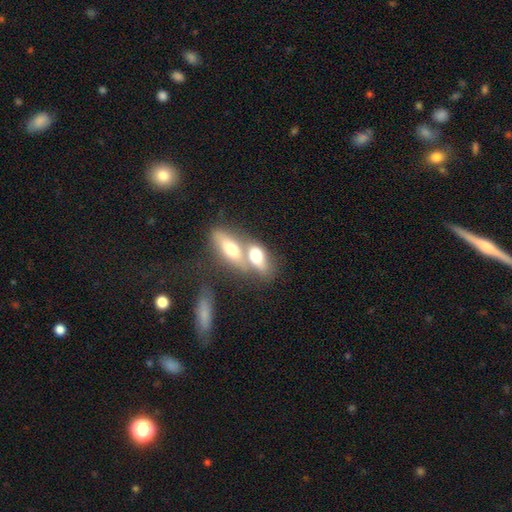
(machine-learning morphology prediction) The model was most divided on "smooth or featured": smooth: 64%, featured or disk: 29%, star or artifact: 7%. More confident: how rounded — in between (77%); merging — merger (62%).